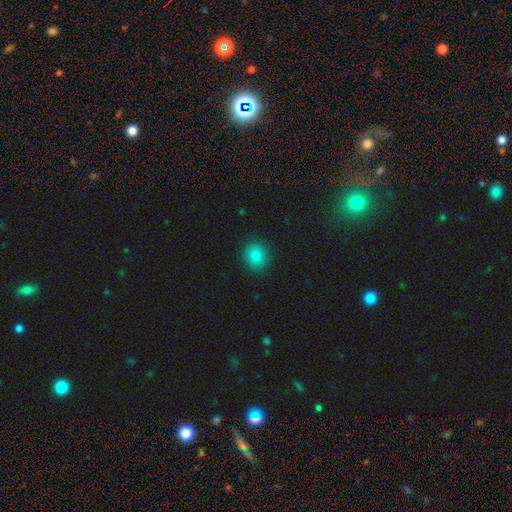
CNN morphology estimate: A smooth galaxy with no disk features (82%) that is round (82%).

Vote fractions:
- Smooth or featured? smooth: 82% / star or artifact: 11% / featured or disk: 7%
- How rounded? round: 82% / in between: 17% / cigar-shaped: 1%
- Merging? none: 90% / minor disturbance: 7% / major disturbance: 2% / merger: 1%